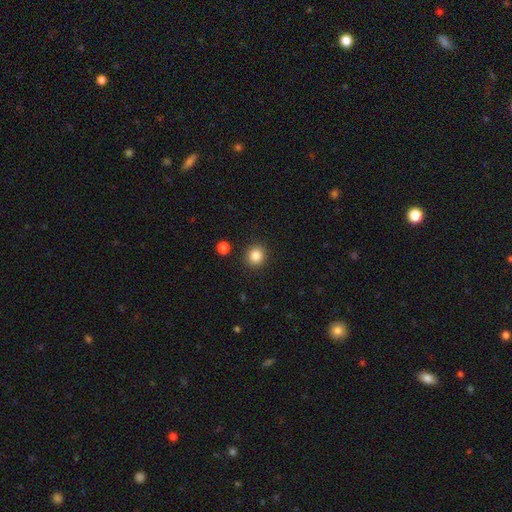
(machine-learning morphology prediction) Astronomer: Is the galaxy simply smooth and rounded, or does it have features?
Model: smooth — 85%.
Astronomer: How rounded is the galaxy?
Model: round — 88%.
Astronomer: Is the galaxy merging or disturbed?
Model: none — 90%.